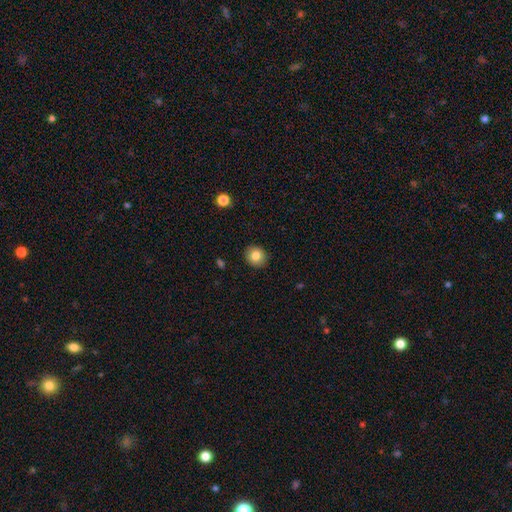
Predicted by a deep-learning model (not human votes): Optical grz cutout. It shows a smooth galaxy with no disk features (83%) that is round (82%). Merging: none (91%).